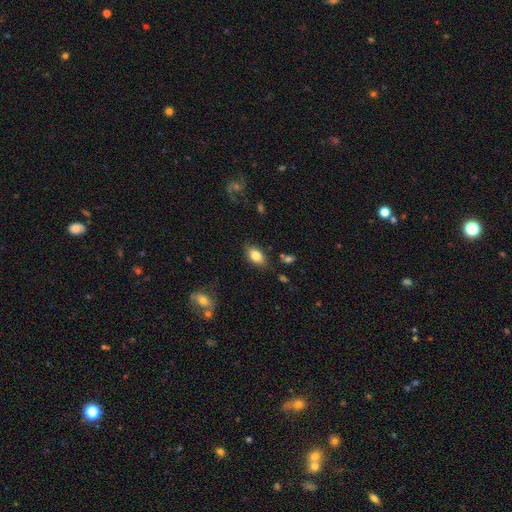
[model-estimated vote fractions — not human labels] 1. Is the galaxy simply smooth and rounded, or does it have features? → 81% smooth, 10% featured or disk, 8% star or artifact.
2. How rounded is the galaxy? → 88% in between, 9% round, 2% cigar-shaped.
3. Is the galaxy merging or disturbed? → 80% none, 15% minor disturbance, 3% major disturbance, 2% merger.